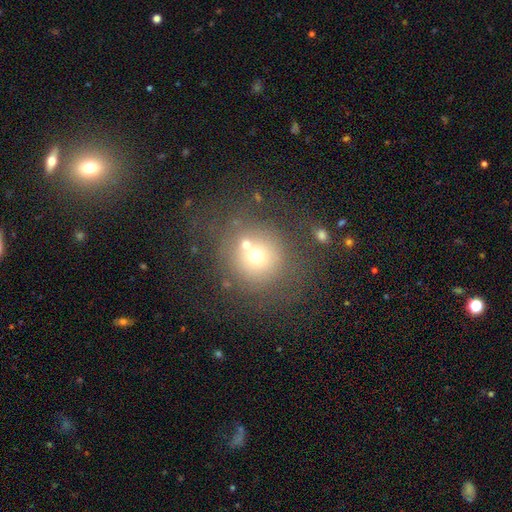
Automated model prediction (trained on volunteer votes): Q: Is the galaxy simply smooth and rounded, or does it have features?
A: smooth — 61%.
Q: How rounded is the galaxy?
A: round — 91%.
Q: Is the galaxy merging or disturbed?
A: none — 57%.